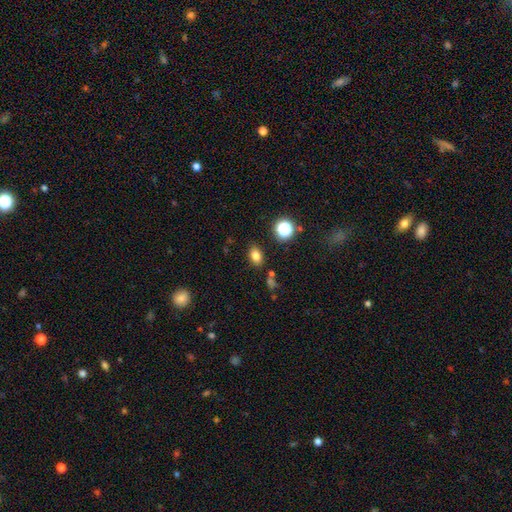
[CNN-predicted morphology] This is likely a smooth galaxy (79%). How rounded: likely in between (73%). Merging: clearly none (83%).